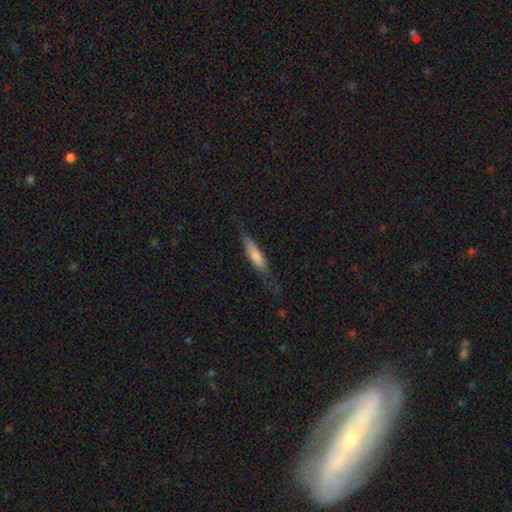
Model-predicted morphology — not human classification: Smooth or featured? Predicted: smooth (p=0.65). How rounded? Predicted: cigar-shaped (p=0.77). Merging? Predicted: none (p=0.65).